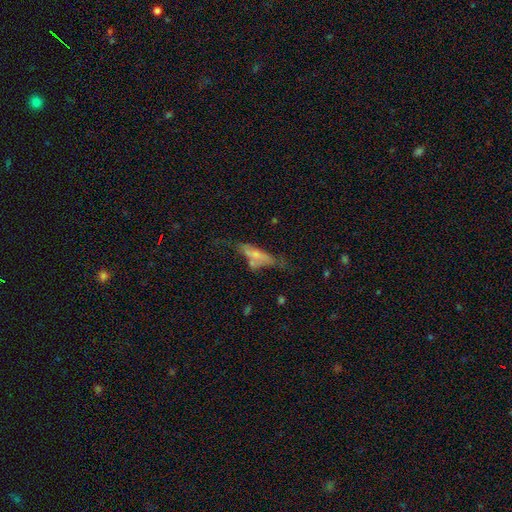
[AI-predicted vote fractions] Smooth or featured? smooth (50%)
Merging? none (32%)